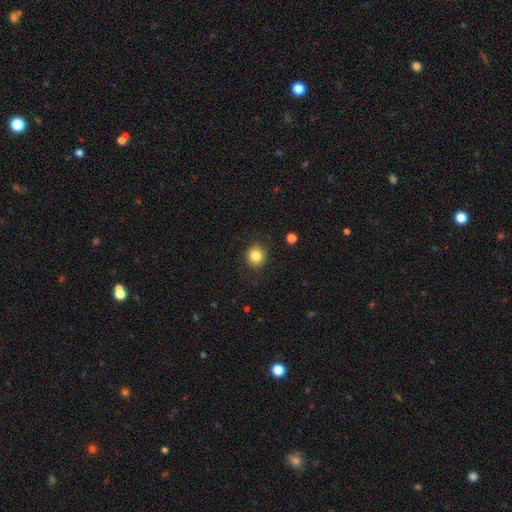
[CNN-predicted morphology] A smooth galaxy with no disk features (84%) that is round (86%).

Vote fractions:
- Smooth or featured? smooth: 84% / star or artifact: 10% / featured or disk: 6%
- How rounded? round: 86% / in between: 13% / cigar-shaped: 1%
- Merging? none: 87% / minor disturbance: 9% / major disturbance: 3% / merger: 1%